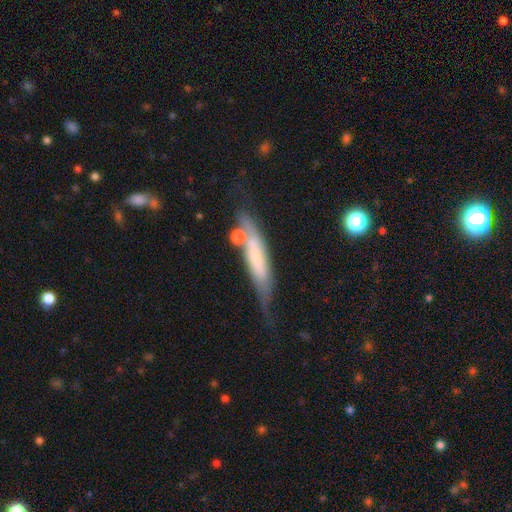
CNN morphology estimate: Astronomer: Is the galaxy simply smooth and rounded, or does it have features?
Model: featured or disk — 53% (runner-up: smooth, 40%).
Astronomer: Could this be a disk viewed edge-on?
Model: yes — 68%.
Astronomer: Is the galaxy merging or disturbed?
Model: none — 50% (runner-up: minor disturbance, 28%).